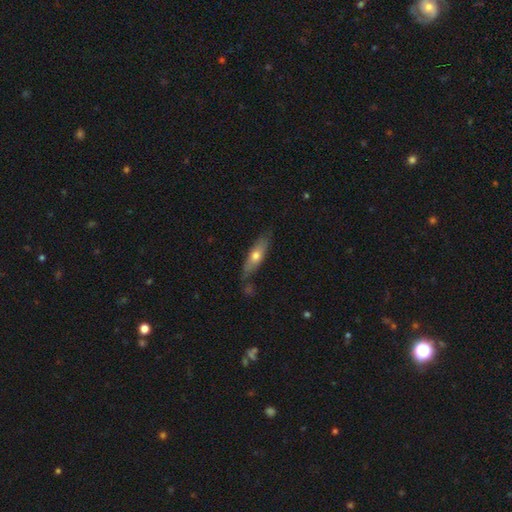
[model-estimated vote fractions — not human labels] Overall: smooth (59%; featured or disk 35%). How rounded: cigar-shaped (55%; in between 42%). Merging: none (70%).